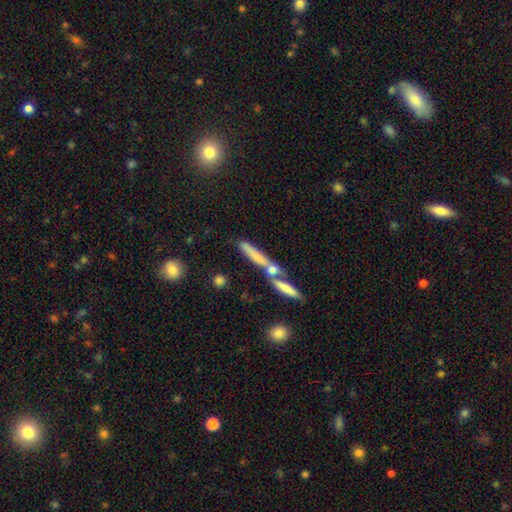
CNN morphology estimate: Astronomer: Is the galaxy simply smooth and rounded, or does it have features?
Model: smooth — 61%.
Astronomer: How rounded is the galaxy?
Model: cigar-shaped — 83%.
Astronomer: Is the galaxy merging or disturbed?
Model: none — 47% (runner-up: merger, 37%).